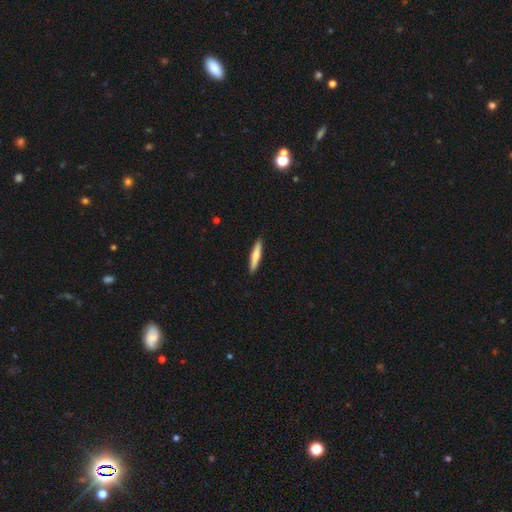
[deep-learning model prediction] The model was most divided on "smooth or featured": smooth: 71%, featured or disk: 24%, star or artifact: 5%. More confident: merging — none (91%); how rounded — cigar-shaped (90%).